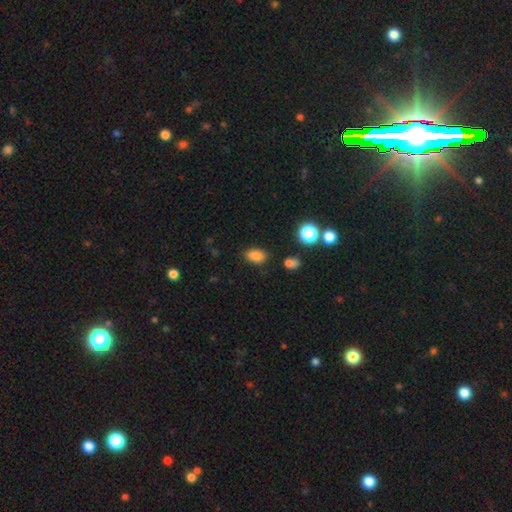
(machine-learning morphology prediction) A smooth galaxy with no disk features (83%) that is in between round and cigar-shaped (84%). Merging: none (84%).